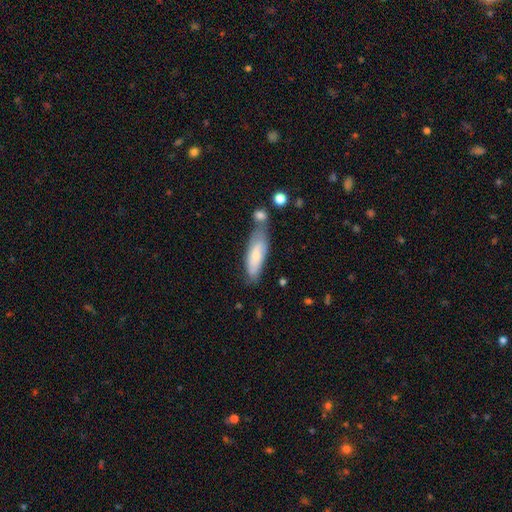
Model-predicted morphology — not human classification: This is likely a smooth galaxy (63%). How rounded: possibly in between (52%). Merging: possibly none (46%).